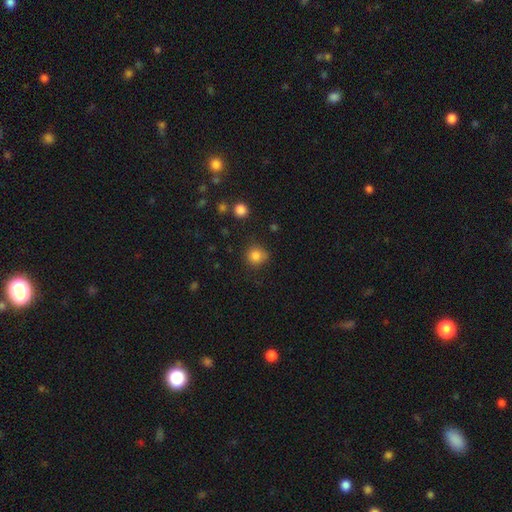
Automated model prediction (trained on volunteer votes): Smooth or featured: smooth — 83% (star or artifact — 12%)
How rounded: round — 89% (in between — 10%)
Merging: none — 76% (minor disturbance — 16%)